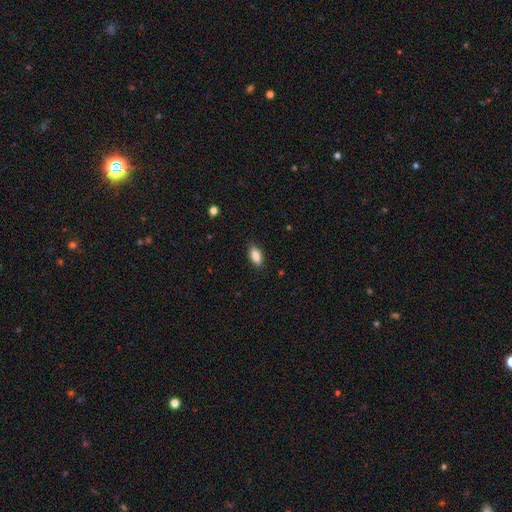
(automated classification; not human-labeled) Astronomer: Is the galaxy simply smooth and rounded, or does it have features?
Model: smooth — 83%.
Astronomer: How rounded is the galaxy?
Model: in between — 86%.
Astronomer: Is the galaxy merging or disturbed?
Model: none — 84%.